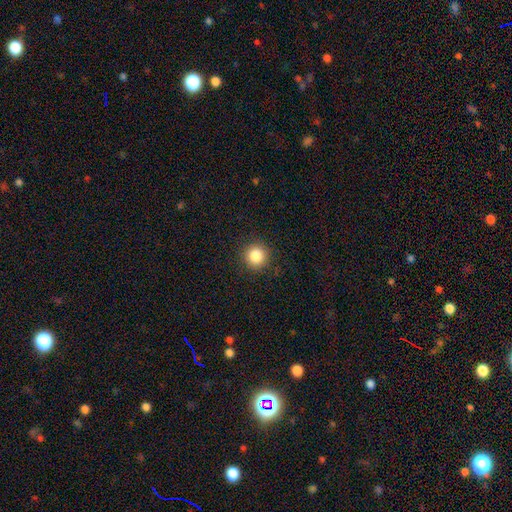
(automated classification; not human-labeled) Q: Smooth or featured?
A: smooth (85%); runner-up: star or artifact (11%)
Q: How rounded?
A: round (94%); runner-up: in between (5%)
Q: Merging?
A: none (91%); runner-up: minor disturbance (6%)